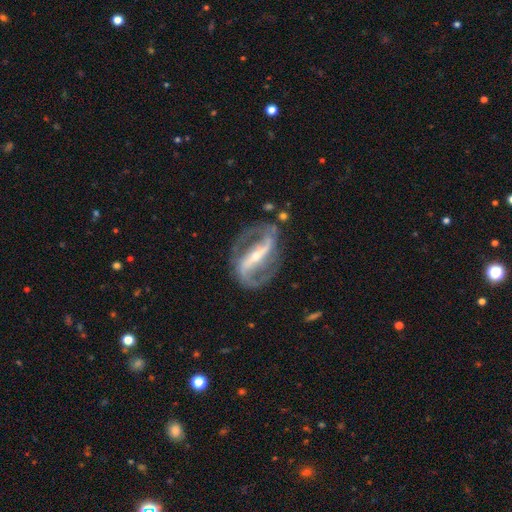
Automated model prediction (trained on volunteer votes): A featured or disk galaxy (91%) with a strong bar (75%), 2 (93%) medium (51%) spiral arms (96%) and a small central bulge (66%). Merging: none (79%).